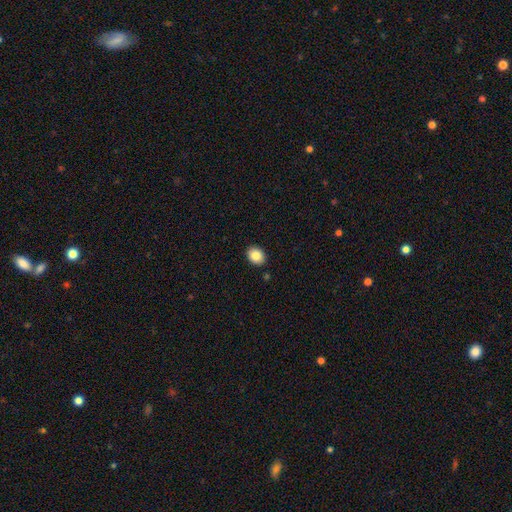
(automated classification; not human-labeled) Q: Smooth or featured?
A: smooth (86%); runner-up: star or artifact (8%)
Q: How rounded?
A: in between (54%); runner-up: round (45%)
Q: Merging?
A: none (90%); runner-up: minor disturbance (7%)